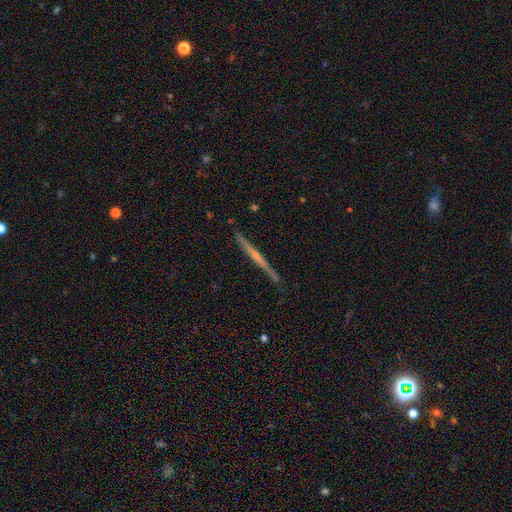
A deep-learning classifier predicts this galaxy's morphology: Q: Smooth or featured?
A: featured or disk (63%); runner-up: smooth (31%)
Q: Edge-on disk?
A: yes (98%); runner-up: no (2%)
Q: Edge-on bulge?
A: none (68%); runner-up: rounded (24%)
Q: Merging?
A: none (87%); runner-up: minor disturbance (9%)